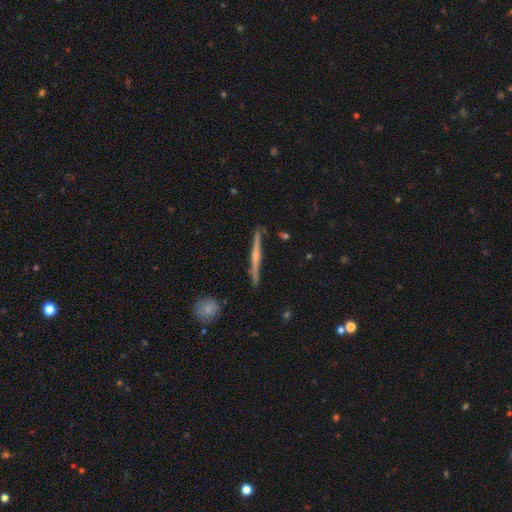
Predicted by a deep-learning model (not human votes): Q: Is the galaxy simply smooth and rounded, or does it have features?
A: featured or disk — 70%.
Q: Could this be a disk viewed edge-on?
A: yes — 98%.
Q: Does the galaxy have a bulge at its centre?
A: rounded — 60%.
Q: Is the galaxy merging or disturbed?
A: none — 88%.